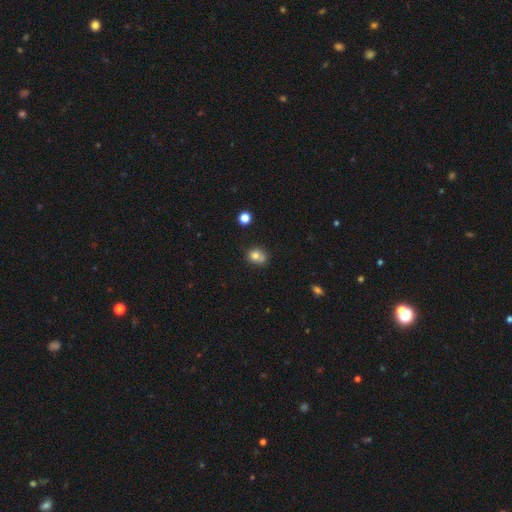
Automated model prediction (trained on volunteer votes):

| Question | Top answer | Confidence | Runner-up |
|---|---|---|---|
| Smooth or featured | smooth | 76% | star or artifact (12%) |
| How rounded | round | 65% | in between (34%) |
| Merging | none | 50% | merger (26%) |